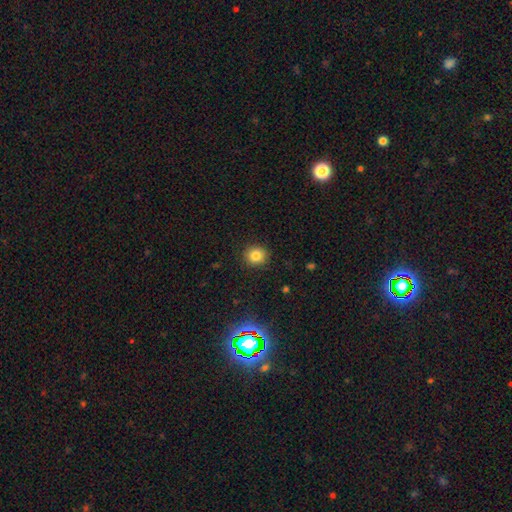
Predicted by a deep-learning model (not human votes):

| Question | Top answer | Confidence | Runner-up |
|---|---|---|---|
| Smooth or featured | smooth | 82% | star or artifact (12%) |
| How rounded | round | 89% | in between (10%) |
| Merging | none | 91% | minor disturbance (6%) |